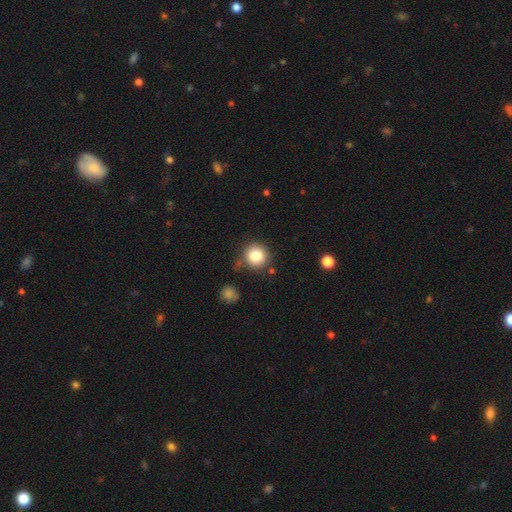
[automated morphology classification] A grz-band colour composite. It shows a smooth galaxy with no disk features (83%) that is round (93%). Merging: none (79%).